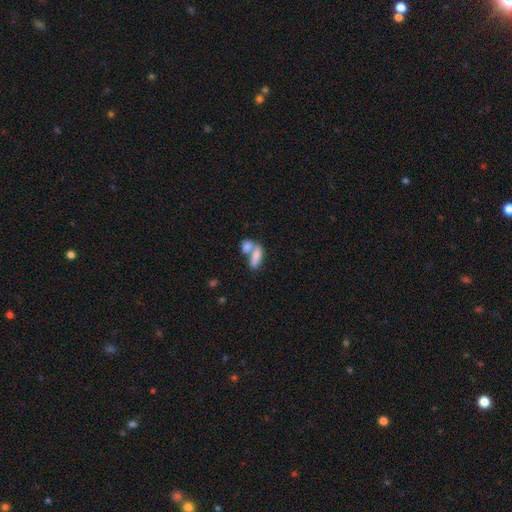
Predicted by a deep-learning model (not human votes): Smooth or featured: smooth — 78% (featured or disk — 15%)
How rounded: in between — 70% (cigar-shaped — 24%)
Merging: merger — 61% (none — 26%)